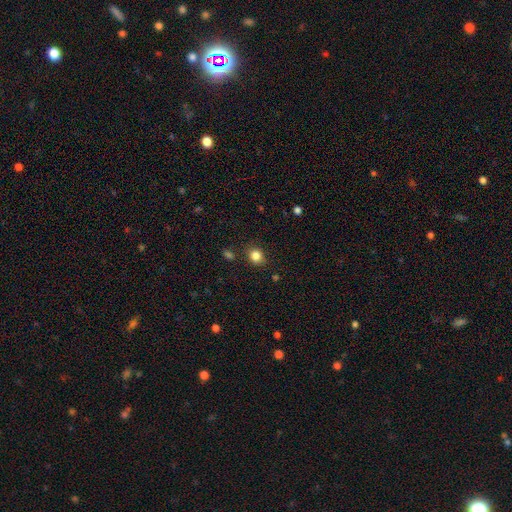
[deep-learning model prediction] A smooth galaxy with no disk features (84%) that is round (70%).

Vote fractions:
- Smooth or featured? smooth: 84% / star or artifact: 11% / featured or disk: 5%
- How rounded? round: 70% / in between: 29% / cigar-shaped: 1%
- Merging? none: 86% / minor disturbance: 9% / major disturbance: 3% / merger: 2%